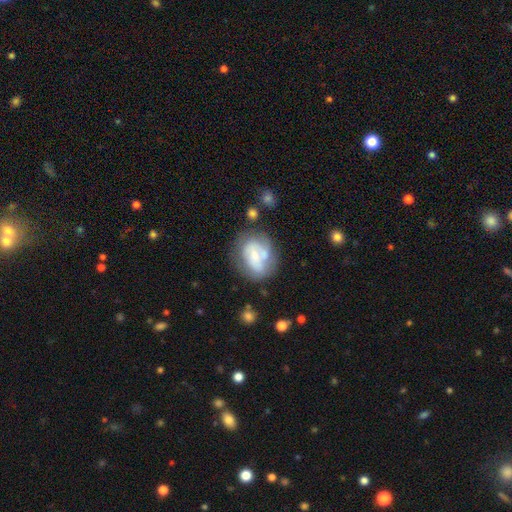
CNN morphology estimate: Smooth or featured? featured or disk (51%)
Edge-on disk? no (97%)
Merging? none (47%)